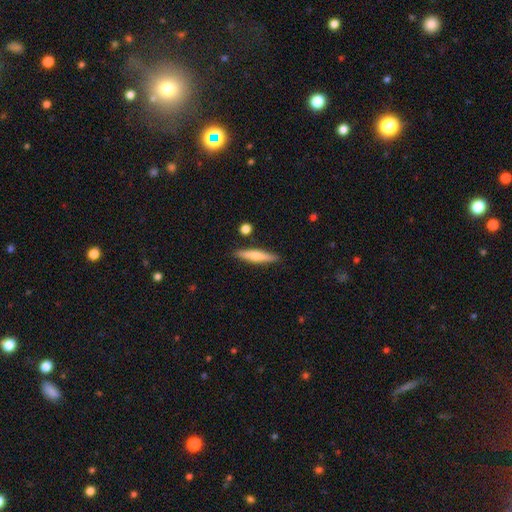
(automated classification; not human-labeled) A smooth galaxy with no disk features (58%) that is cigar-shaped (89%). Merging: none (87%).